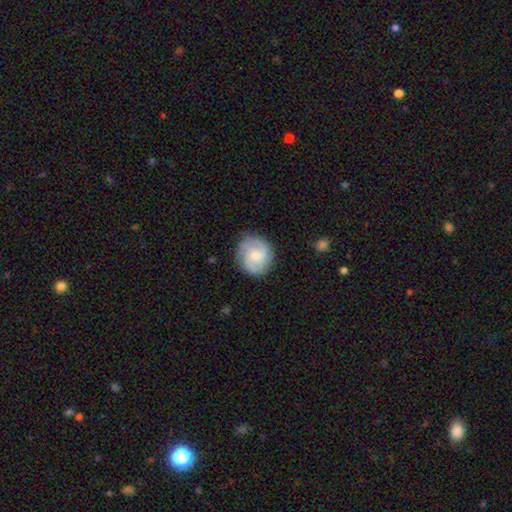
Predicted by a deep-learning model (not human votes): A featured or disk galaxy (65%) with no bar (58%), 2 (41%) medium (45%) spiral arms (94%) and a small central bulge (47%). Merging: none (82%).